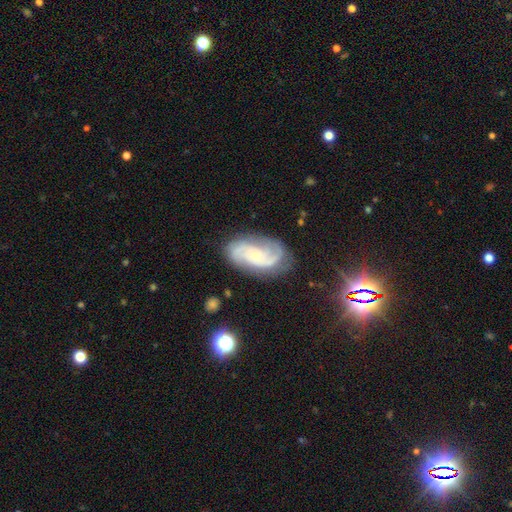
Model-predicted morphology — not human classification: Smooth or featured? featured or disk (82%)
Edge-on disk? no (96%)
Bar? no (65%)
Spiral arms? yes (96%)
Spiral winding? medium (46%)
Spiral arm count? 2 (53%)
Bulge size? small (73%)
Merging? none (73%)